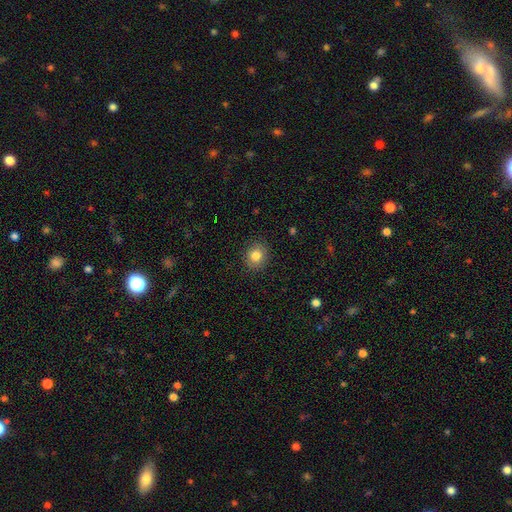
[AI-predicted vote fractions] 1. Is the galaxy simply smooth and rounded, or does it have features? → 82% smooth, 10% star or artifact, 8% featured or disk.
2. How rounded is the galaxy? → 78% round, 21% in between, 1% cigar-shaped.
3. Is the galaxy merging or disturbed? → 89% none, 8% minor disturbance, 2% major disturbance, 1% merger.